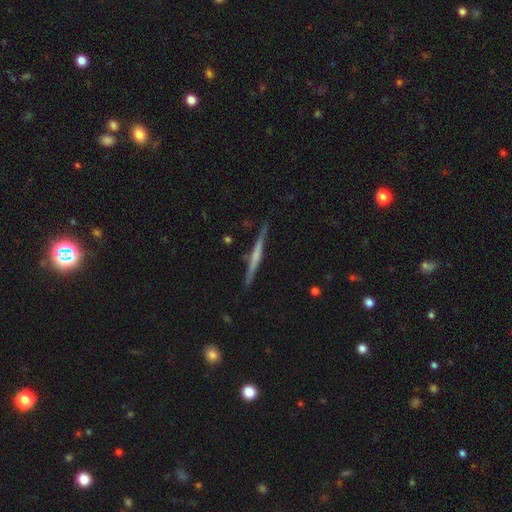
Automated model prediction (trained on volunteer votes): smooth_or_featured: featured or disk (p=0.63) [alt: smooth p=0.31]
disk_edge_on: yes (p=0.98) [alt: no p=0.02]
edge_on_bulge: none (p=0.61) [alt: rounded p=0.24]
merging: none (p=0.88) [alt: minor disturbance p=0.08]